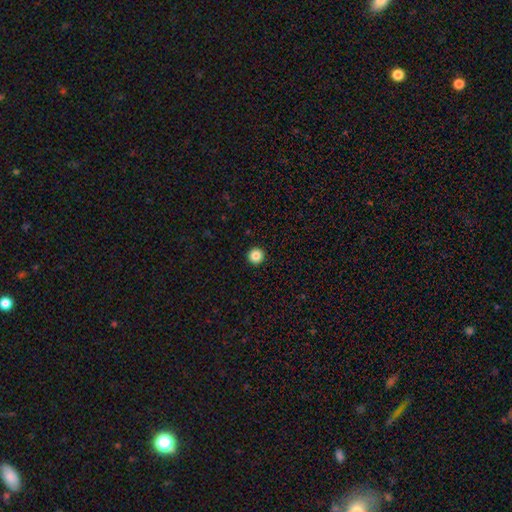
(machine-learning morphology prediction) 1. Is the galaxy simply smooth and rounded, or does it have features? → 85% smooth, 10% star or artifact, 4% featured or disk.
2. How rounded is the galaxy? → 96% round, 3% in between, 1% cigar-shaped.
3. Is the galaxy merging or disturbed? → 94% none, 4% minor disturbance, 1% major disturbance, 1% merger.